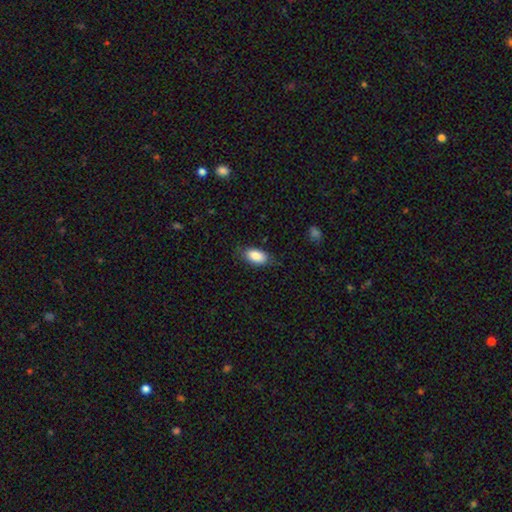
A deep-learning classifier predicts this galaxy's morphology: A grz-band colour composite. It shows a smooth galaxy with no disk features (87%) that is in between round and cigar-shaped (92%). Merging: none (77%).